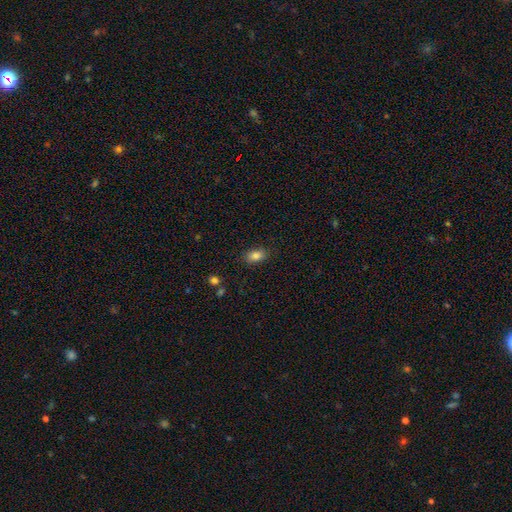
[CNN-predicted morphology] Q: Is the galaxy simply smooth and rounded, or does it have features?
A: smooth — 84%.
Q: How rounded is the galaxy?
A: in between — 85%.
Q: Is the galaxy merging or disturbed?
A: none — 85%.